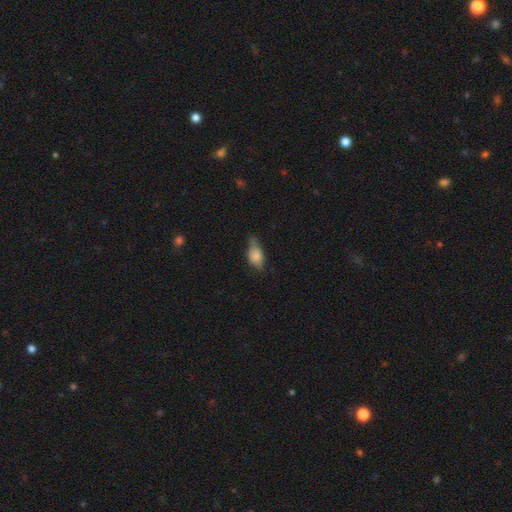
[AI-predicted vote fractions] smooth-or-featured: smooth: 76% | featured or disk: 17% | star or artifact: 8%
  how-rounded: in between: 86% | cigar-shaped: 7% | round: 7%
  merging: none: 44% | minor disturbance: 41% | major disturbance: 12% | merger: 2%